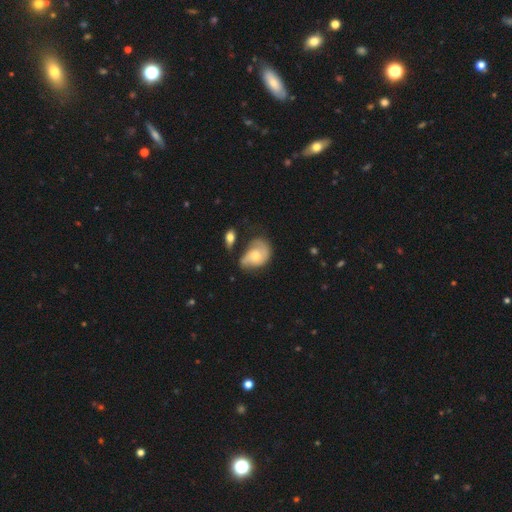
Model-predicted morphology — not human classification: Smooth or featured: featured or disk — 54% (smooth — 39%)
Edge-on disk: no — 96% (yes — 4%)
Bar: no — 77% (weak — 20%)
Spiral arms: yes — 78% (no — 22%)
Bulge size: moderate — 50% (small — 43%)
Merging: none — 34% (tied with minor disturbance — 34%)